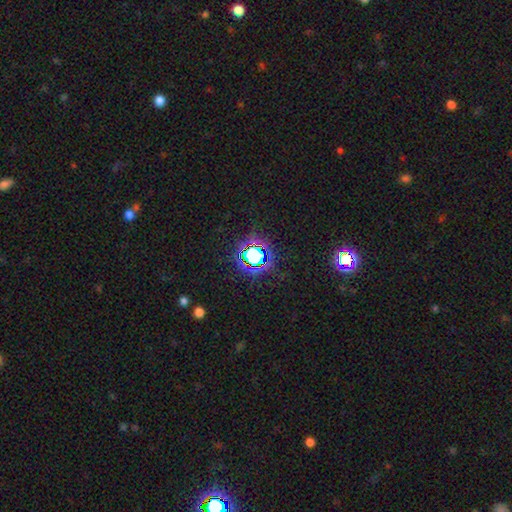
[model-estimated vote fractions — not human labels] A star or artifact, not a galaxy (73%).